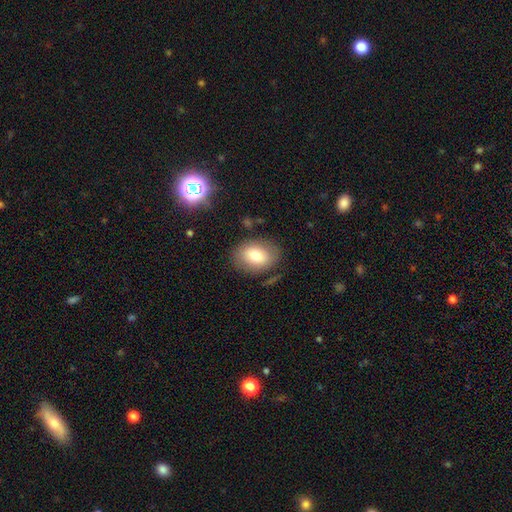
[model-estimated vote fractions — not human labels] smooth-or-featured: smooth: 75% | featured or disk: 17% | star or artifact: 8%
  how-rounded: in between: 75% | round: 23% | cigar-shaped: 1%
  merging: none: 79% | minor disturbance: 14% | major disturbance: 5% | merger: 3%